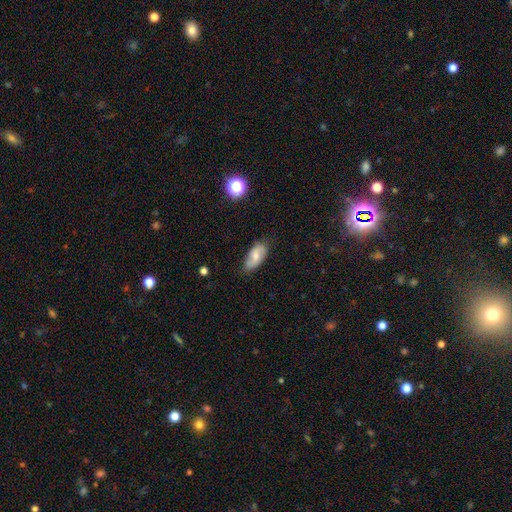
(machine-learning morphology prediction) smooth-or-featured: smooth: 60% | featured or disk: 32% | star or artifact: 8%
  how-rounded: in between: 89% | cigar-shaped: 8% | round: 3%
  merging: none: 69% | minor disturbance: 24% | major disturbance: 4% | merger: 2%